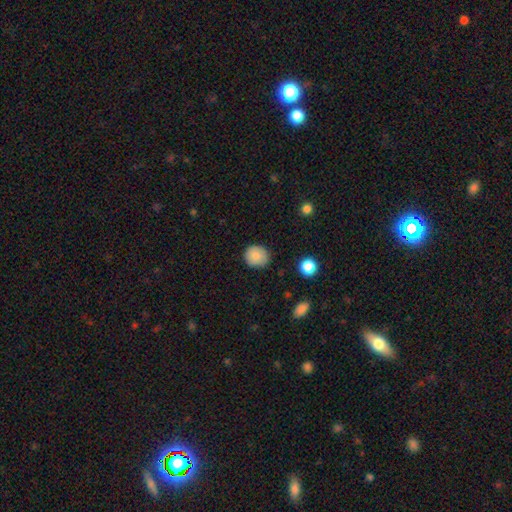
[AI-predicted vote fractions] smooth-or-featured: smooth: 85% | star or artifact: 9% | featured or disk: 6%
  how-rounded: round: 86% | in between: 13% | cigar-shaped: 1%
  merging: none: 85% | minor disturbance: 11% | major disturbance: 2% | merger: 1%